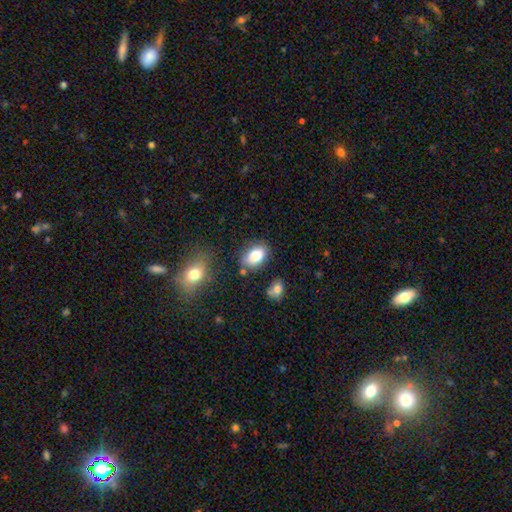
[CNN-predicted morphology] Smooth or featured: smooth — 83% (star or artifact — 8%)
How rounded: in between — 87% (round — 12%)
Merging: none — 75% (minor disturbance — 16%)